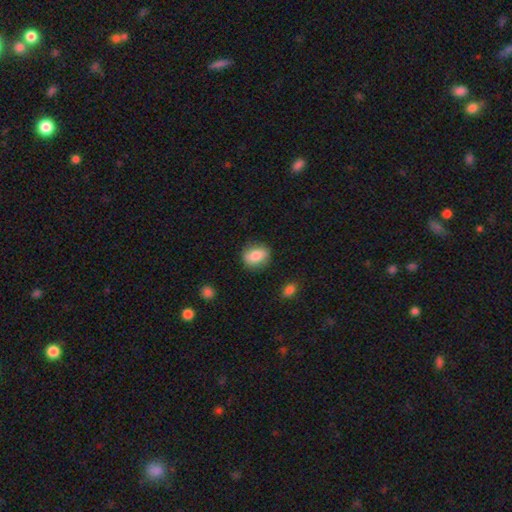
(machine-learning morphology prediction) type=smooth (78%); roundness=in between (61%); merging=none (81%).